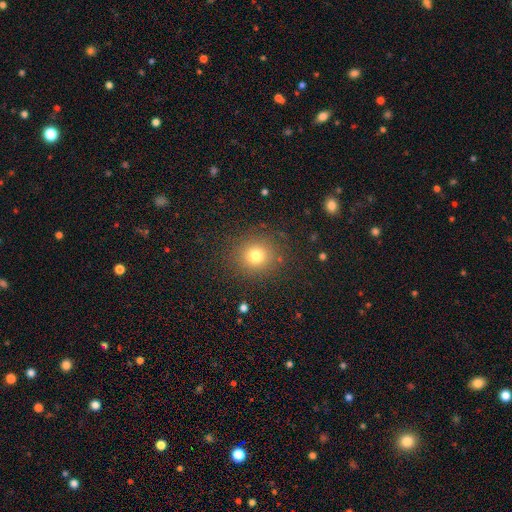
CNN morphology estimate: Smooth or featured? smooth (76%)
How rounded? round (88%)
Merging? none (87%)